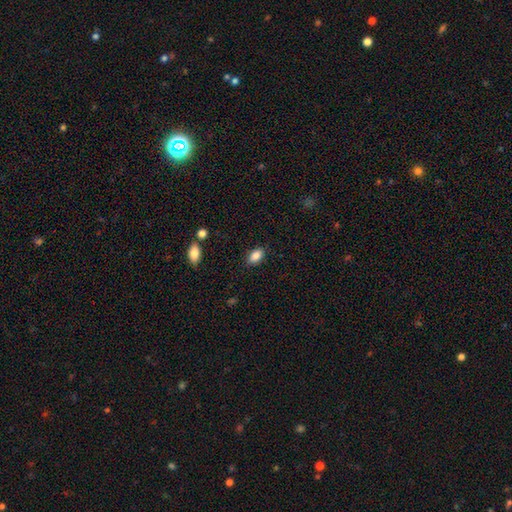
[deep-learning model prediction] Morphology: type=smooth (86%); roundness=in between (89%); merging=none (86%).